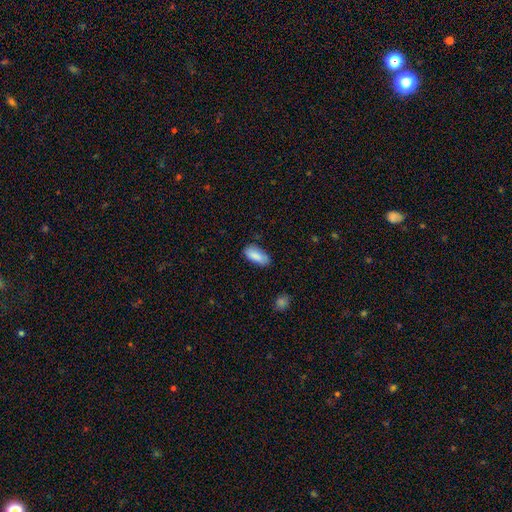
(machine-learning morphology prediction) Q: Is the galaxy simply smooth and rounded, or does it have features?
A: smooth — 87%.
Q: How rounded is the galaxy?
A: in between — 85%.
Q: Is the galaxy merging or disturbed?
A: none — 75%.